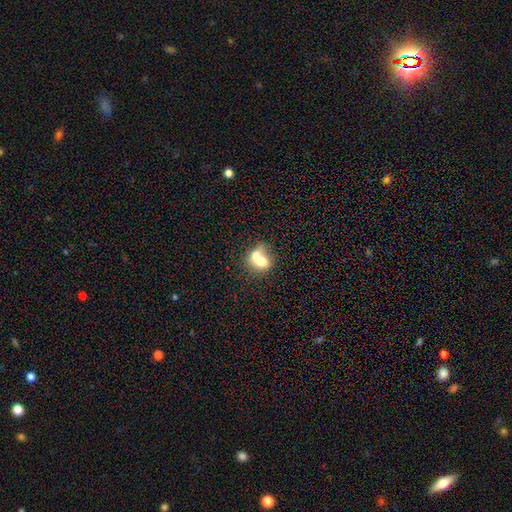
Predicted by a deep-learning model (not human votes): A smooth galaxy with no disk features (65%) that is round (59%). Merging: merger (71%).